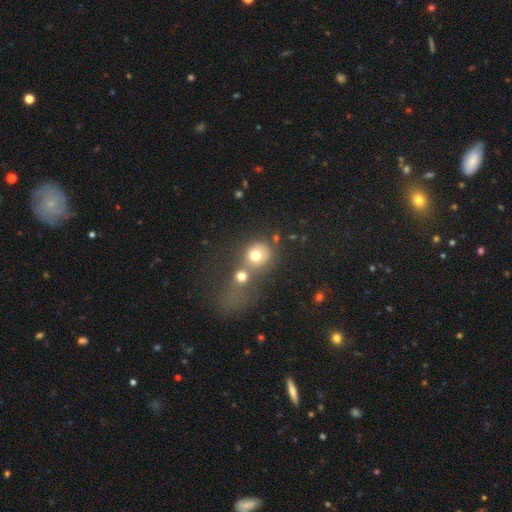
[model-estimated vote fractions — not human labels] A smooth galaxy with no disk features (69%) that is round (82%). Merging: merger (48%).